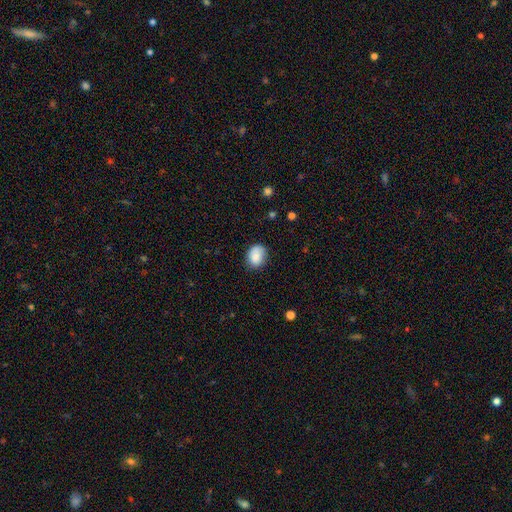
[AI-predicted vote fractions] This is clearly a smooth galaxy (83%). How rounded: likely in between (64%). Merging: likely none (73%).